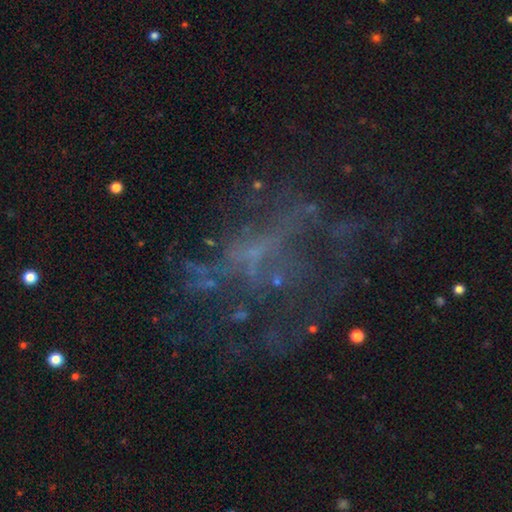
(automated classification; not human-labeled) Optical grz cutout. It shows a featured or disk galaxy (55%) with no bar (83%), no spiral arms (79%) and no central bulge (71%). Merging: none (49%).